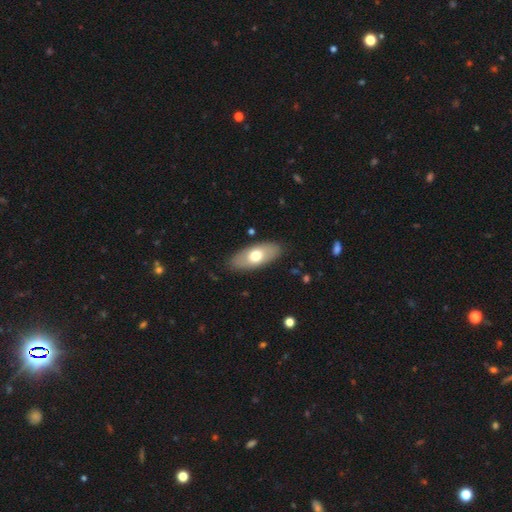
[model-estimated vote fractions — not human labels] Smooth or featured? Predicted: smooth (p=0.64). How rounded? Predicted: in between (p=0.88). Merging? Predicted: none (p=0.86).